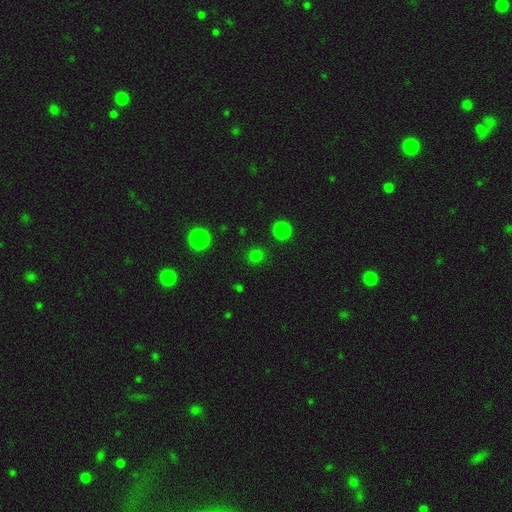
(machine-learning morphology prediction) Overall: smooth (79%). How rounded: round (91%). Merging: none (89%).